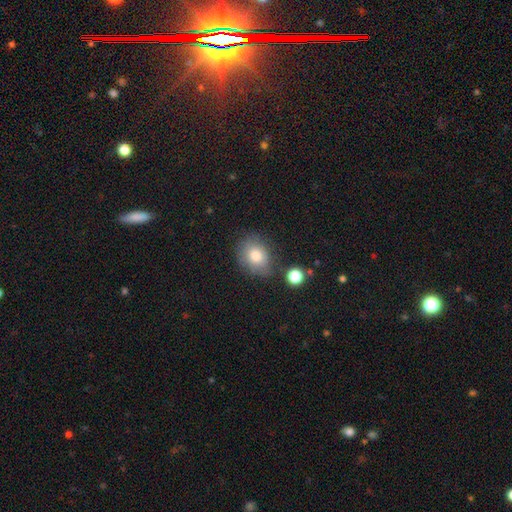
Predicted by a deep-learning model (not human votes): A smooth galaxy with no disk features (79%) that is in between round and cigar-shaped (58%).

Vote fractions:
- Smooth or featured? smooth: 79% / featured or disk: 12% / star or artifact: 9%
- How rounded? in between: 58% / round: 41% / cigar-shaped: 1%
- Merging? none: 67% / minor disturbance: 21% / major disturbance: 6% / merger: 6%